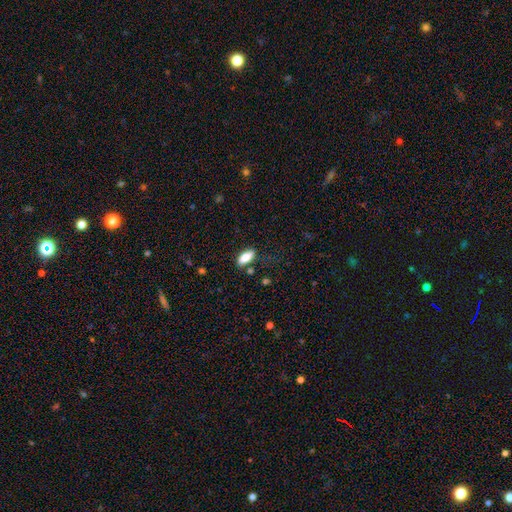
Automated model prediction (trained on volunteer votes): smooth_or_featured: star or artifact (p=0.47) [alt: smooth p=0.38]